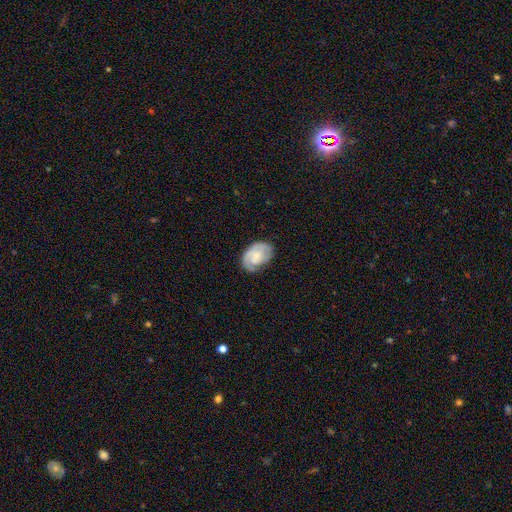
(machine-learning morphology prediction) Smooth or featured? featured or disk (54%)
Edge-on disk? no (97%)
Bar? no (73%)
Spiral arms? yes (80%)
Bulge size? small (49%)
Merging? none (63%)